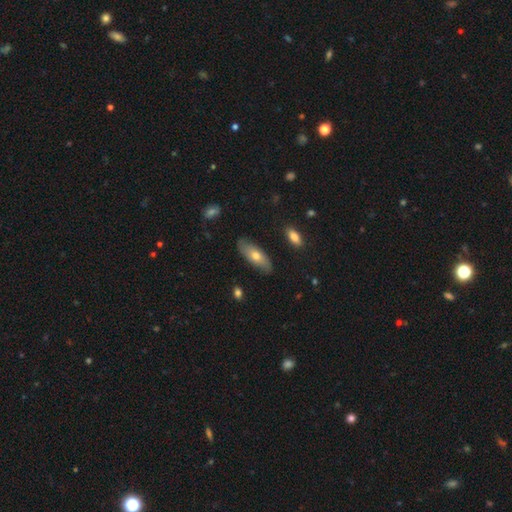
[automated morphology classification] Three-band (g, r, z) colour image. It shows a smooth galaxy with no disk features (62%) that is in between round and cigar-shaped (71%). Merging: none (83%).